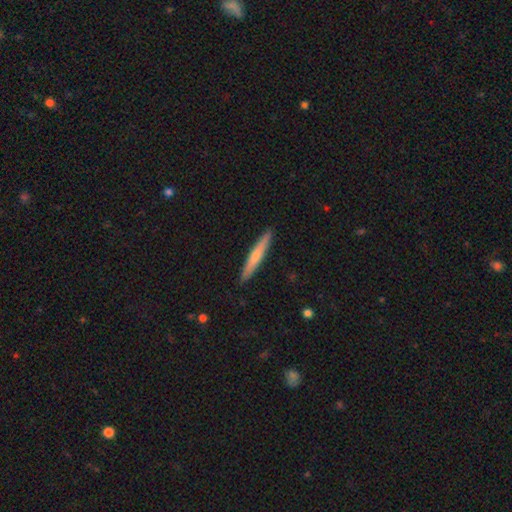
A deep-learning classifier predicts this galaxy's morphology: Q: Smooth or featured?
A: smooth (56%); runner-up: featured or disk (39%)
Q: How rounded?
A: cigar-shaped (95%); runner-up: in between (4%)
Q: Merging?
A: none (91%); runner-up: minor disturbance (6%)